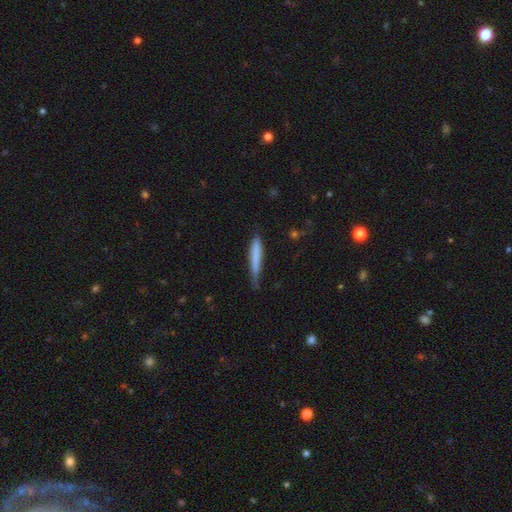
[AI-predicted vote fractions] Morphology: type=smooth (73%); roundness=cigar-shaped (94%); merging=none (61%).